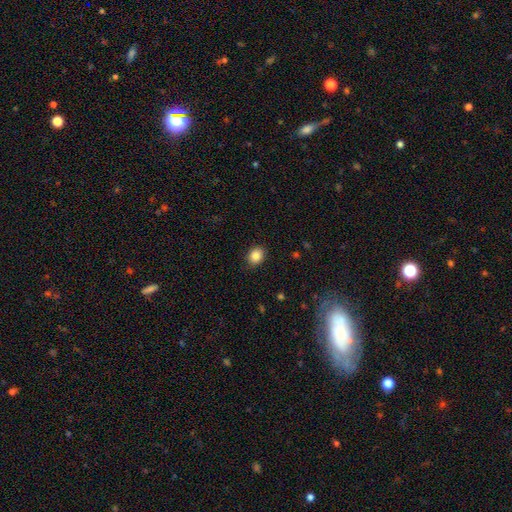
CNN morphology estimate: Q: Smooth or featured?
A: smooth (86%); runner-up: star or artifact (9%)
Q: How rounded?
A: in between (52%); runner-up: round (47%)
Q: Merging?
A: none (88%); runner-up: minor disturbance (8%)